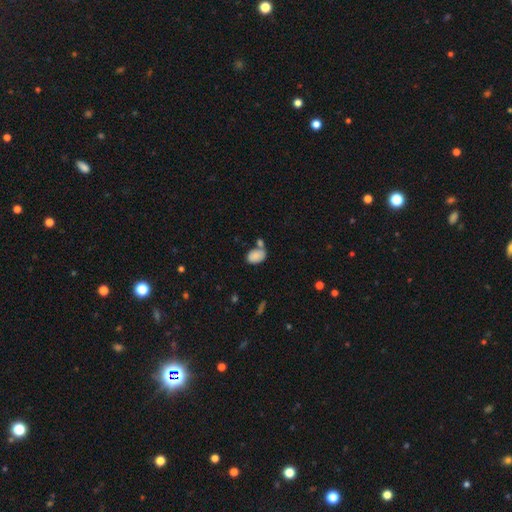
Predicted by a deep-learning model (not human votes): Smooth or featured: smooth — 84% (featured or disk — 8%)
How rounded: in between — 86% (round — 13%)
Merging: none — 46% (merger — 32%)